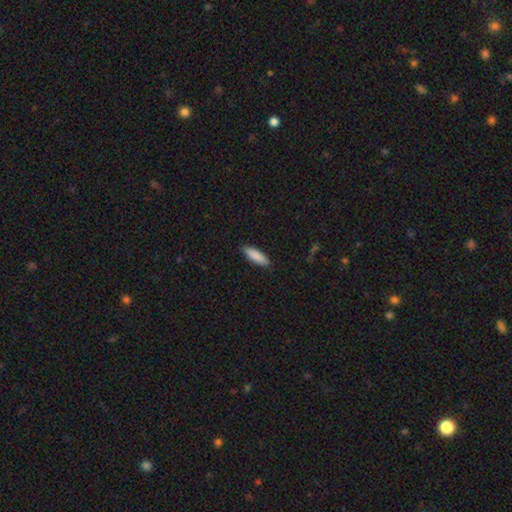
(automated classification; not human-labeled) Overall: smooth (88%). How rounded: cigar-shaped (57%; in between 41%). Merging: none (89%).